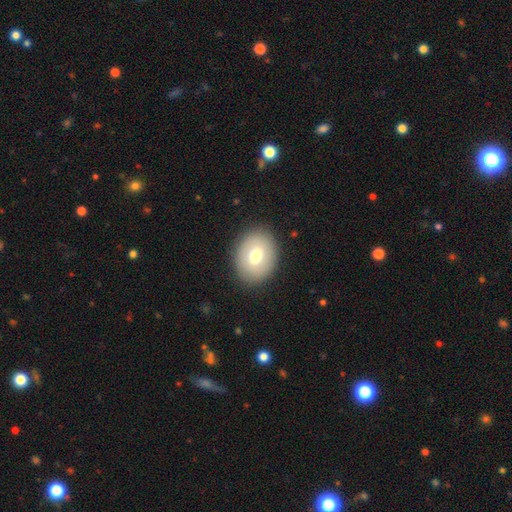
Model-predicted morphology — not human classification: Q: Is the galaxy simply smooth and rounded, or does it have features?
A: smooth — 71%.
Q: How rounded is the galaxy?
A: in between — 57%.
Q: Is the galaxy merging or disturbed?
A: none — 88%.